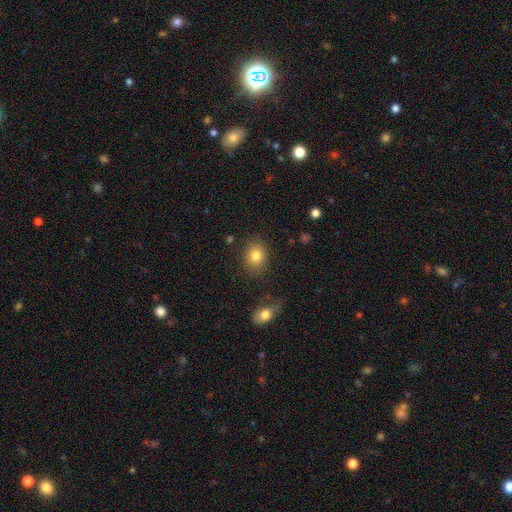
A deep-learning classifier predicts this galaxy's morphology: smooth_or_featured: smooth (p=0.82) [alt: star or artifact p=0.10]
how_rounded: in between (p=0.50) [alt: round p=0.49]
merging: none (p=0.83) [alt: minor disturbance p=0.11]